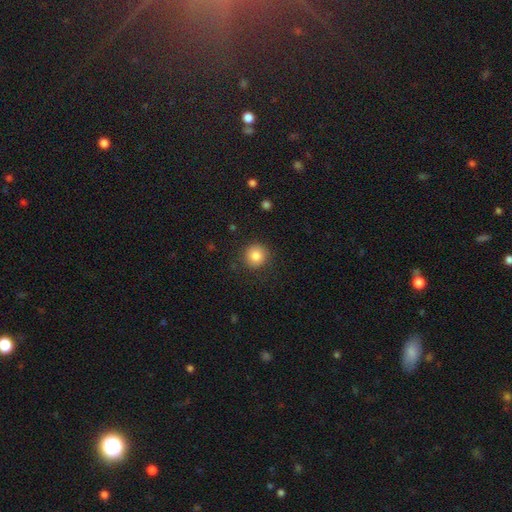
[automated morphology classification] A smooth galaxy with no disk features (84%) that is round (93%).

Vote fractions:
- Smooth or featured? smooth: 84% / star or artifact: 10% / featured or disk: 6%
- How rounded? round: 93% / in between: 6% / cigar-shaped: 1%
- Merging? none: 88% / minor disturbance: 8% / major disturbance: 3% / merger: 1%